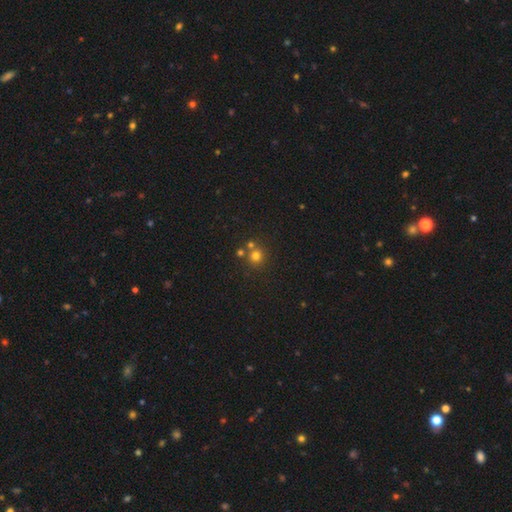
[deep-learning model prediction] The model was most divided on "merging": none: 65%, merger: 25%, minor disturbance: 7%, major disturbance: 3%. More confident: how rounded — round (91%); smooth or featured — smooth (73%).